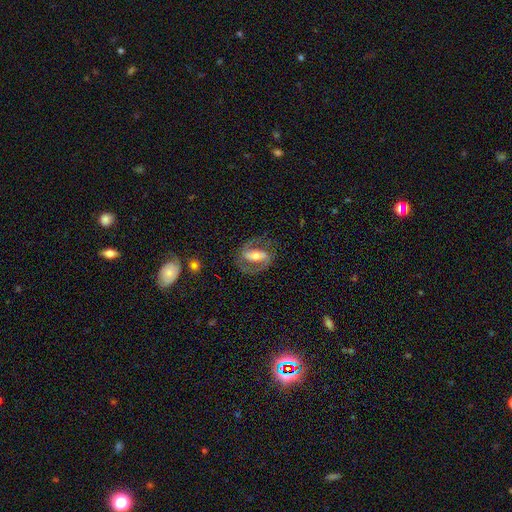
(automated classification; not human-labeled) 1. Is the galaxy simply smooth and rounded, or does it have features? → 79% featured or disk, 15% smooth, 6% star or artifact.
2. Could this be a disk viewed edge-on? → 95% no, 5% yes.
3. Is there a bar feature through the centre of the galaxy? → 51% strong, 30% weak, 19% no.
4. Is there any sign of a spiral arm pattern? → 89% yes, 11% no.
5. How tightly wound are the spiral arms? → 54% medium, 26% tight, 20% loose.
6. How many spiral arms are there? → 88% 2, 5% can't tell, 4% 1, 1% 3, 1% 4, 1% more than 4.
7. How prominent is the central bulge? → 61% moderate, 25% small, 11% large, 2% none, 1% dominant.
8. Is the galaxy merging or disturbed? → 74% none, 14% minor disturbance, 11% major disturbance, 2% merger.